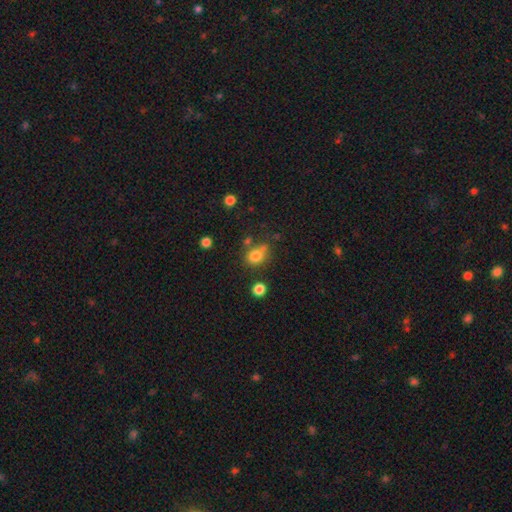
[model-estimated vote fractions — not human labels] Q: Smooth or featured?
A: smooth (78%); runner-up: star or artifact (13%)
Q: How rounded?
A: round (63%); runner-up: in between (36%)
Q: Merging?
A: none (60%); runner-up: minor disturbance (17%)